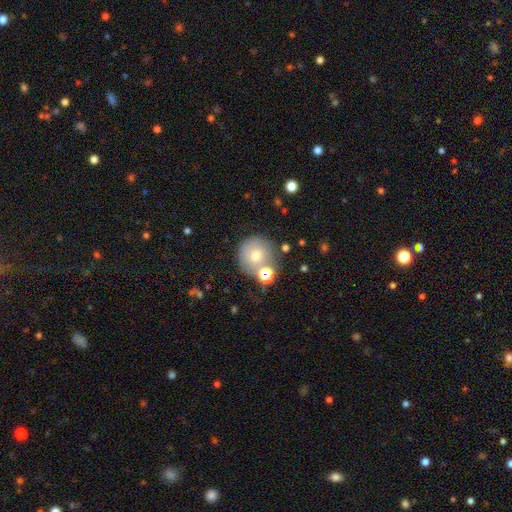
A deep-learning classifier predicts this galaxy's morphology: Smooth or featured? smooth (69%)
How rounded? round (92%)
Merging? none (62%)